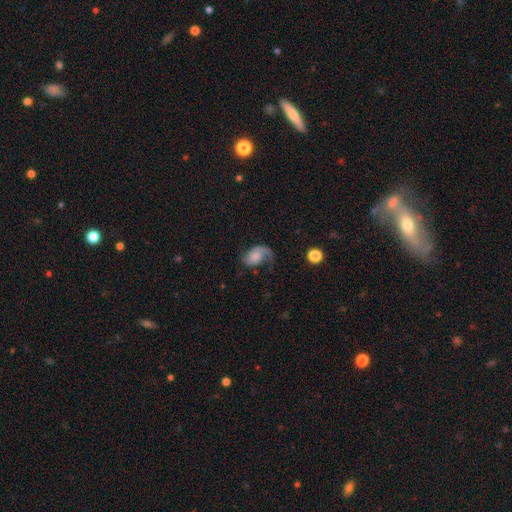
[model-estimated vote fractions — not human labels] This is likely a featured or disk galaxy (61%). It is clearly not viewed edge-on (97%). Bar: likely no (69%). Spiral arm pattern: clearly yes (92%). Spiral arm count: possibly 2 (49%). Spiral winding: possibly loose (57%). Central bulge: marginally none (33%). Merging: marginally none (42%).